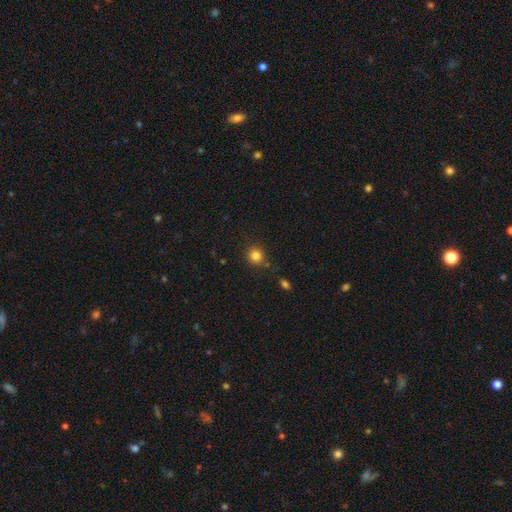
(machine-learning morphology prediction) smooth 83%, star or artifact 12%, featured or disk 5%. Down the decision tree: how rounded — round (88%); merging — none (79%).